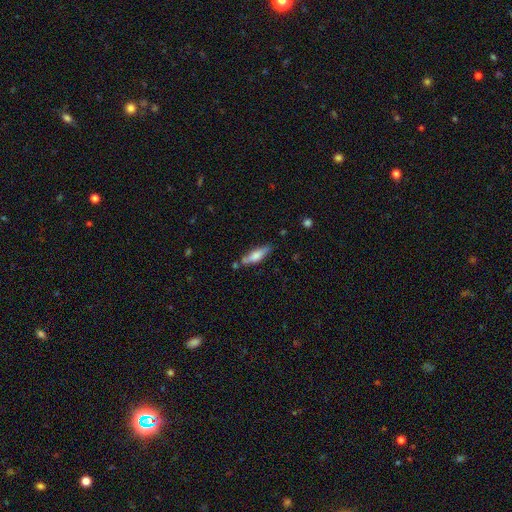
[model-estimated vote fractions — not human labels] This appears to be a smooth galaxy with no disk features (61%) that is cigar-shaped (62%). Merging: none (68%).